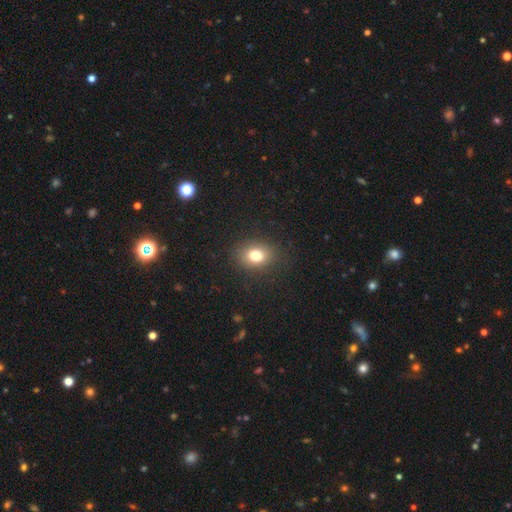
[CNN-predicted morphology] This is likely a smooth galaxy (78%). How rounded: possibly in between (53%). Merging: clearly none (87%).